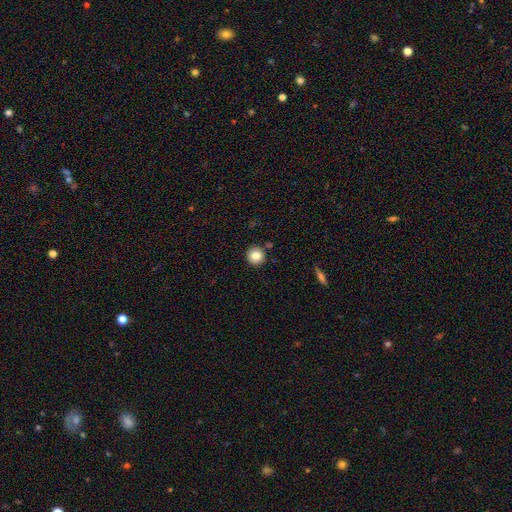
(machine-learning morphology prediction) Smooth or featured: smooth — 84% (star or artifact — 10%)
How rounded: round — 95% (in between — 4%)
Merging: none — 89% (minor disturbance — 6%)